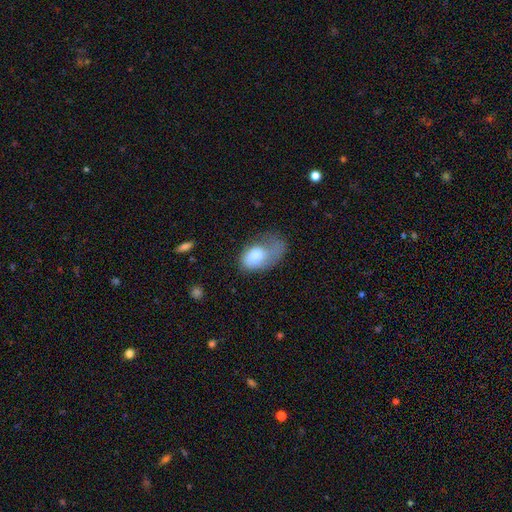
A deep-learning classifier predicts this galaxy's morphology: This appears to be a smooth galaxy with no disk features (69%) that is in between round and cigar-shaped (88%). Merging: major disturbance (49%).